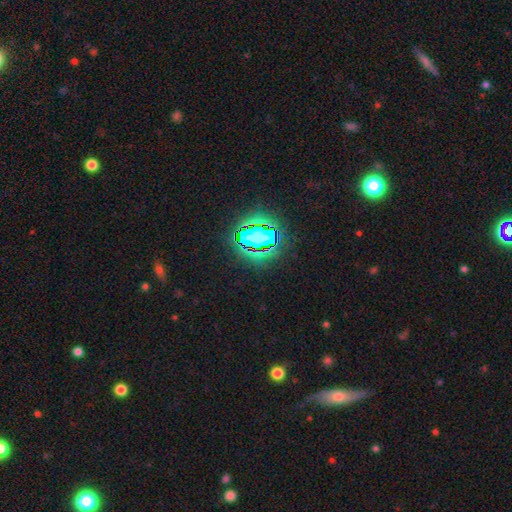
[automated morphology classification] Q: Smooth or featured?
A: star or artifact (76%); runner-up: smooth (15%)